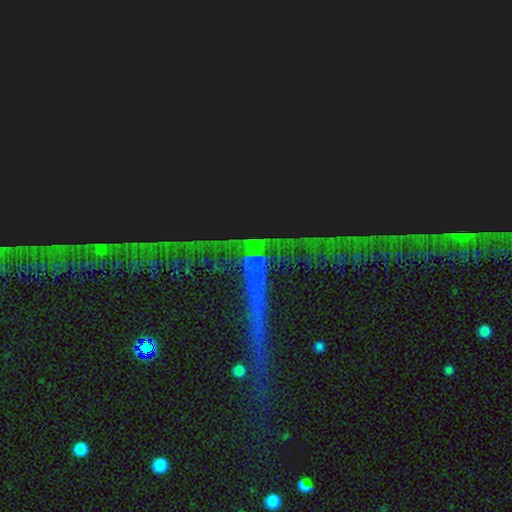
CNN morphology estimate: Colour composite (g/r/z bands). It shows a star or artifact, not a galaxy (76%).